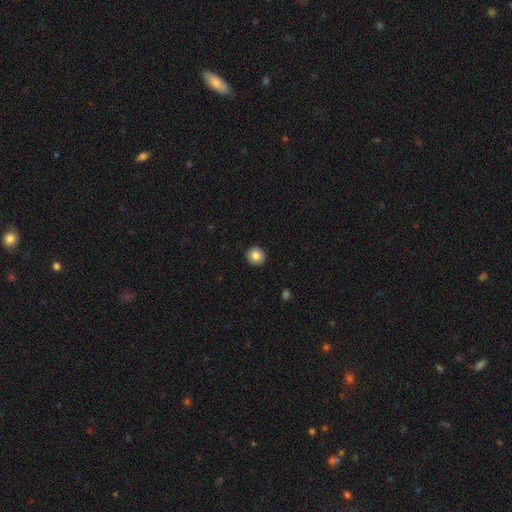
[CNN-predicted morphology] smooth 83%, featured or disk 9%, star or artifact 8%. Down the decision tree: how rounded — round (92%); merging — none (93%).